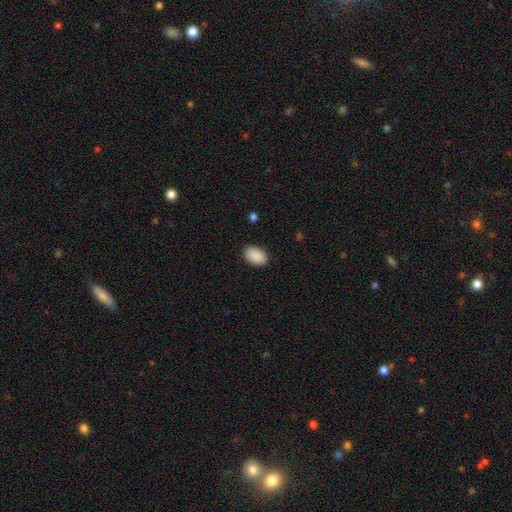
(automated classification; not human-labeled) Smooth or featured: smooth — 91% (star or artifact — 7%)
How rounded: in between — 90% (round — 8%)
Merging: none — 88% (minor disturbance — 9%)